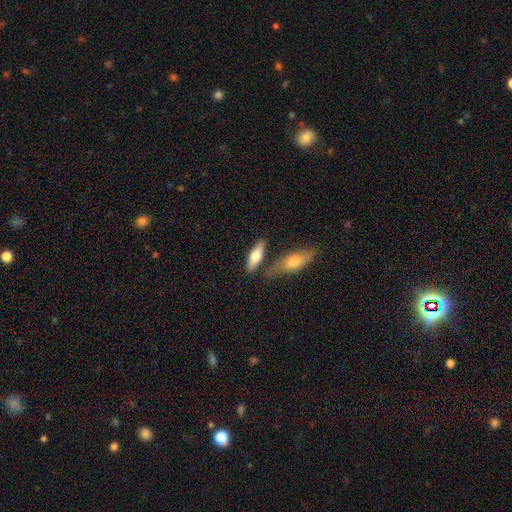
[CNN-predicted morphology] smooth-or-featured: smooth: 61% | featured or disk: 33% | star or artifact: 6%
  how-rounded: in between: 52% | cigar-shaped: 44% | round: 4%
  merging: none: 69% | merger: 16% | minor disturbance: 12% | major disturbance: 4%